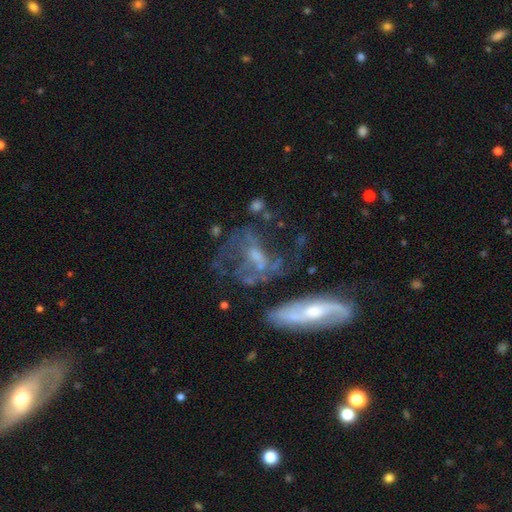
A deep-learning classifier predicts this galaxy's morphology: This is likely a featured or disk galaxy (69%). It is clearly not viewed edge-on (90%). Bar: possibly no (55%). Spiral arm pattern: possibly yes (55%). Central bulge: marginally small (35%). Merging: marginally none (38%).